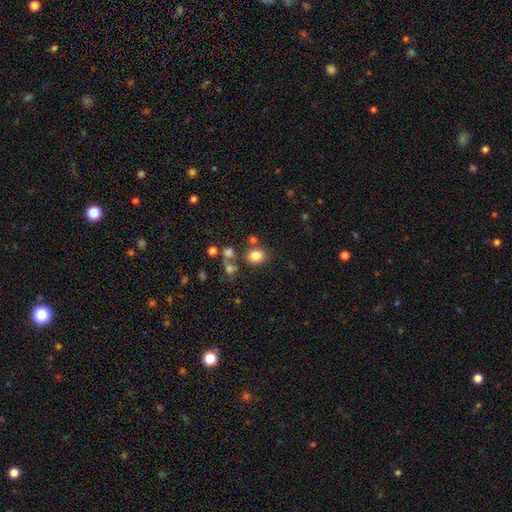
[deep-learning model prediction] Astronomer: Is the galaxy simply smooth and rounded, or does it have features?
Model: smooth — 81%.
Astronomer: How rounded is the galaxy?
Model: round — 51% (runner-up: in between, 48%).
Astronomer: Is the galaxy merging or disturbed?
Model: none — 70%.